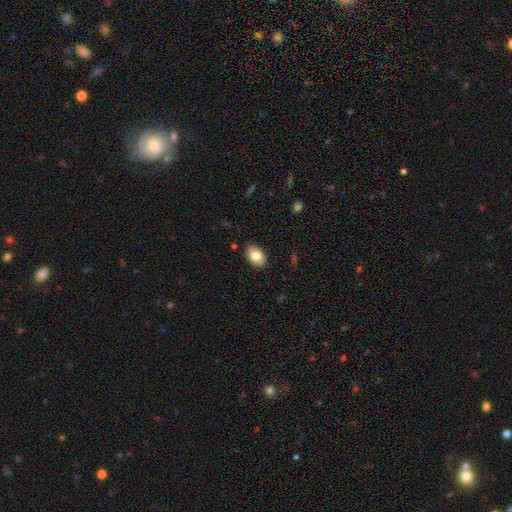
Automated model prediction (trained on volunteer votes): Smooth or featured?
  - smooth: 82% *
  - featured or disk: 10%
  - star or artifact: 7%
How rounded?
  - in between: 86% *
  - round: 13%
  - cigar-shaped: 1%
Merging?
  - none: 87% *
  - minor disturbance: 9%
  - major disturbance: 2%
  - merger: 1%